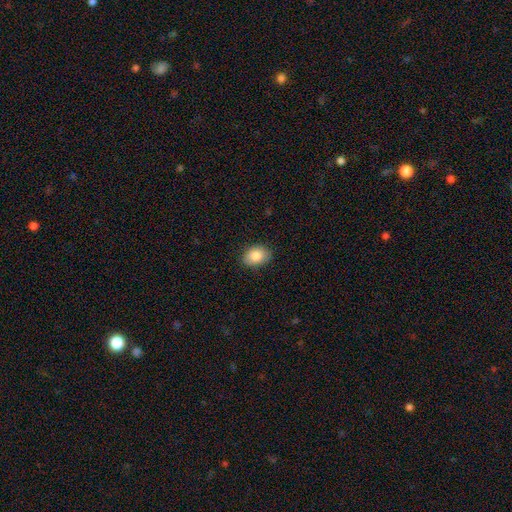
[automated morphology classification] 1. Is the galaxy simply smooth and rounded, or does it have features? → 86% smooth, 7% star or artifact, 6% featured or disk.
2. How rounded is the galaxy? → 76% in between, 23% round, 1% cigar-shaped.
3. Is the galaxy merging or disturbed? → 85% none, 11% minor disturbance, 2% major disturbance, 1% merger.